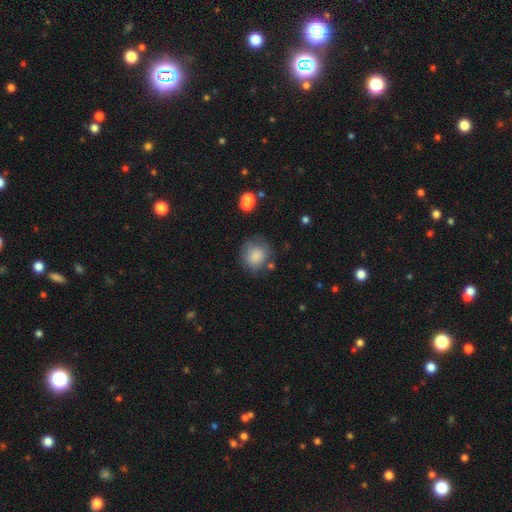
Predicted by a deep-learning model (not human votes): Q: Smooth or featured?
A: smooth (83%); runner-up: star or artifact (9%)
Q: How rounded?
A: round (81%); runner-up: in between (18%)
Q: Merging?
A: none (66%); runner-up: minor disturbance (21%)